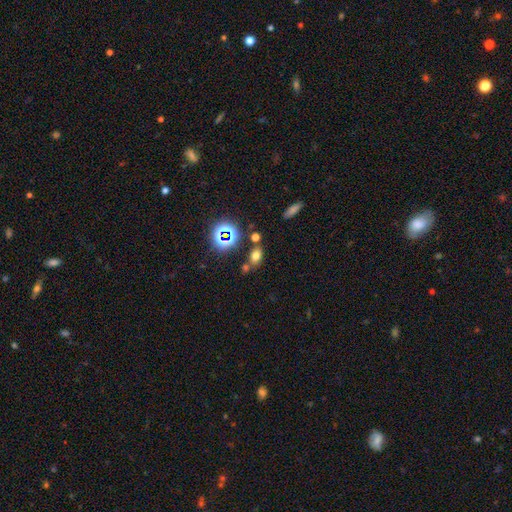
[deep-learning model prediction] This is likely a smooth galaxy (65%). How rounded: likely in between (73%). Merging: likely none (68%).